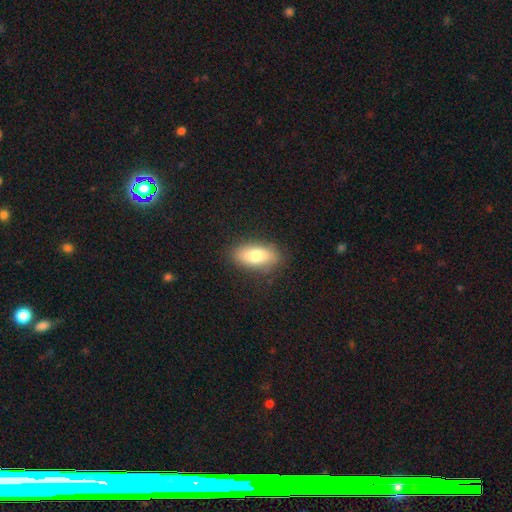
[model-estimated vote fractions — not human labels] Smooth or featured: smooth — 77% (featured or disk — 16%)
How rounded: in between — 87% (cigar-shaped — 8%)
Merging: none — 84% (minor disturbance — 12%)